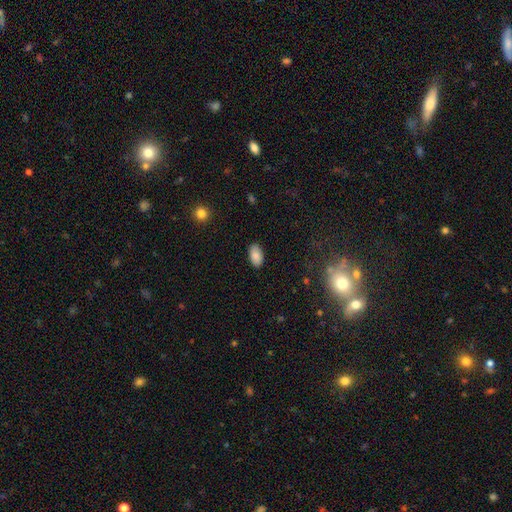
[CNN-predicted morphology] Smooth or featured? Predicted: smooth (p=0.87). How rounded? Predicted: in between (p=0.95). Merging? Predicted: none (p=0.87).